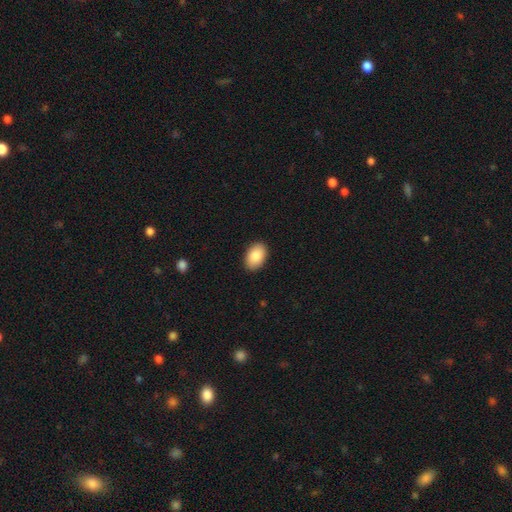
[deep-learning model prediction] Smooth or featured?
  - smooth: 88% *
  - star or artifact: 6%
  - featured or disk: 6%
How rounded?
  - in between: 89% *
  - round: 10%
  - cigar-shaped: 1%
Merging?
  - none: 90% *
  - minor disturbance: 7%
  - major disturbance: 2%
  - merger: 1%